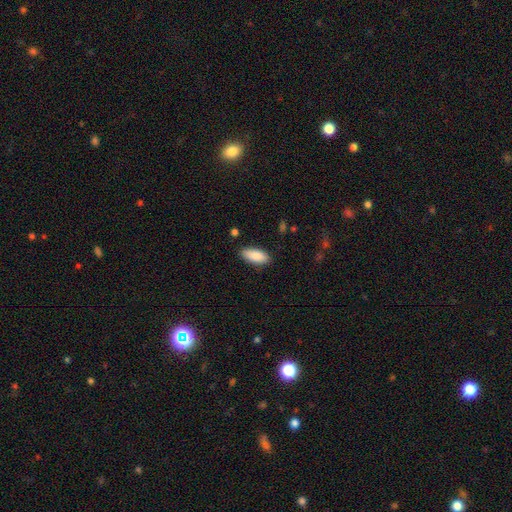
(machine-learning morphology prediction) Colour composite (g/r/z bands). It shows a smooth galaxy with no disk features (89%) that is in between round and cigar-shaped (87%). Merging: none (86%).